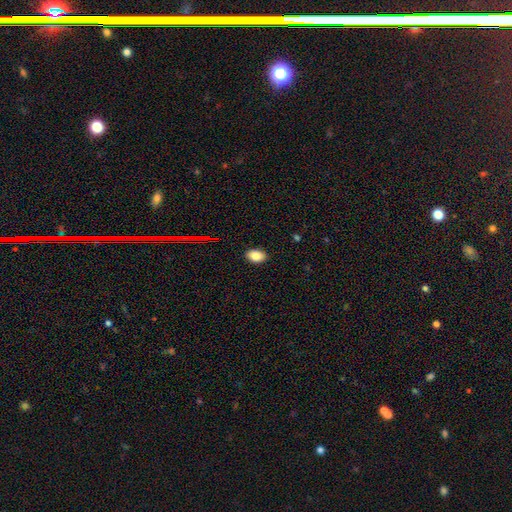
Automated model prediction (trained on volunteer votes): Smooth or featured?
  - smooth: 84% *
  - star or artifact: 10%
  - featured or disk: 7%
How rounded?
  - in between: 84% *
  - round: 14%
  - cigar-shaped: 1%
Merging?
  - none: 89% *
  - minor disturbance: 8%
  - major disturbance: 2%
  - merger: 1%